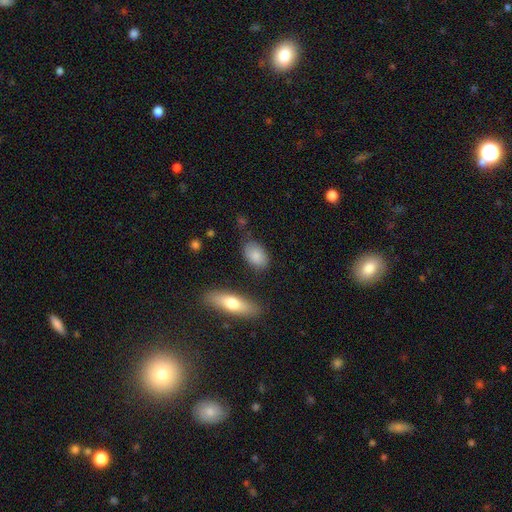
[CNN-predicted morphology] Smooth or featured? Predicted: smooth (p=0.85). How rounded? Predicted: in between (p=0.88). Merging? Predicted: none (p=0.76).